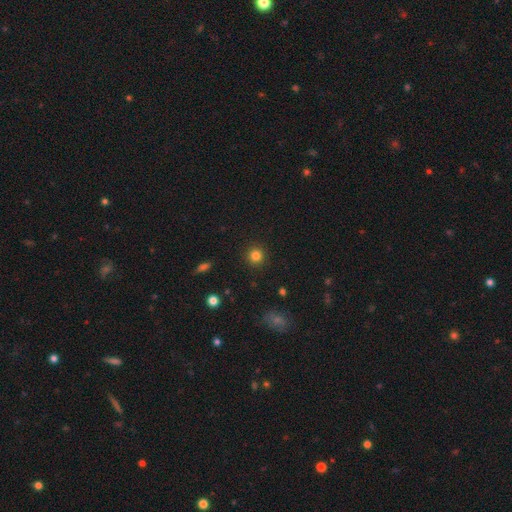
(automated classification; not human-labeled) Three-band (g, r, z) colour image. It shows a smooth galaxy with no disk features (83%) that is round (94%). Merging: none (92%).